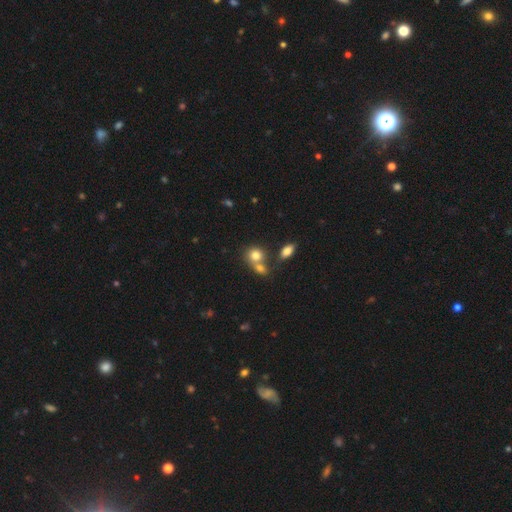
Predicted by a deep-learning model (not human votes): Smooth or featured? smooth (79%)
How rounded? round (70%)
Merging? merger (48%)